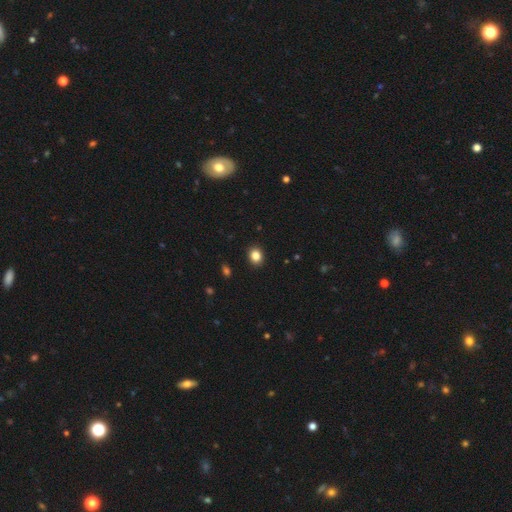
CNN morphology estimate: Smooth or featured?
  - smooth: 85% *
  - star or artifact: 10%
  - featured or disk: 4%
How rounded?
  - round: 61% *
  - in between: 38%
  - cigar-shaped: 1%
Merging?
  - none: 91% *
  - minor disturbance: 6%
  - major disturbance: 2%
  - merger: 1%